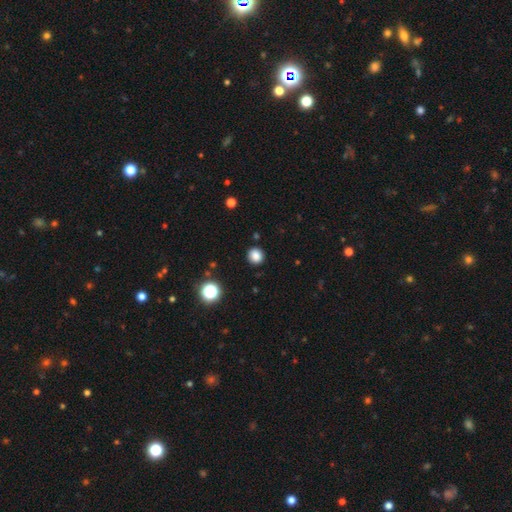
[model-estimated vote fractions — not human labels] Overall: smooth (84%). How rounded: round (89%). Merging: none (91%).